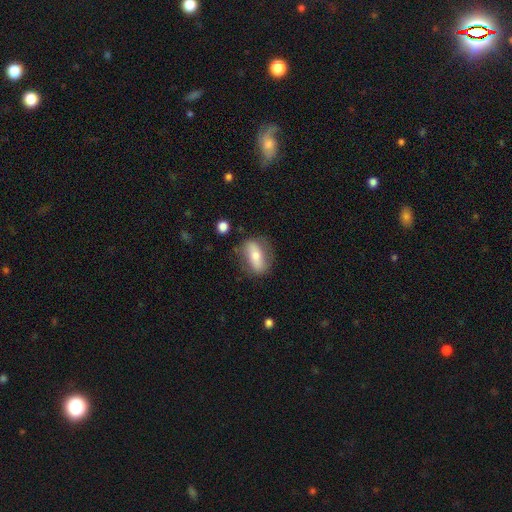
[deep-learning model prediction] This appears to be a smooth galaxy with no disk features (53%) that is in between round and cigar-shaped (77%). Merging: none (74%).